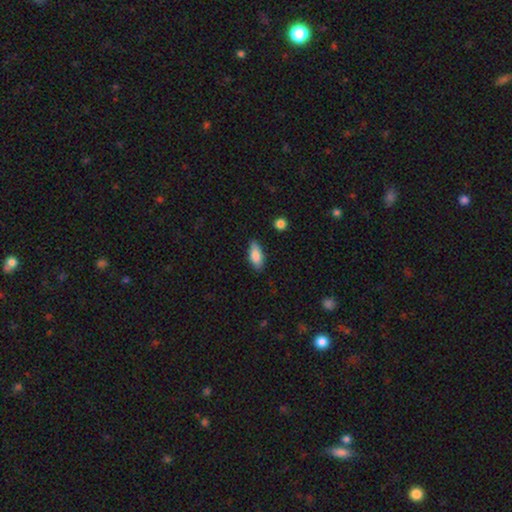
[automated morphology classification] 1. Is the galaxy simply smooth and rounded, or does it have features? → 84% smooth, 9% featured or disk, 7% star or artifact.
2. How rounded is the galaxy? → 85% in between, 12% cigar-shaped, 2% round.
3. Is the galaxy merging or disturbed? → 79% none, 17% minor disturbance, 3% major disturbance, 2% merger.